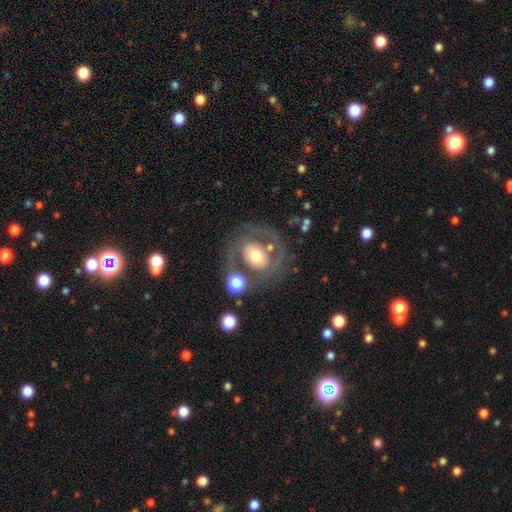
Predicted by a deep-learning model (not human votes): This appears to be a featured or disk galaxy (57%) with no bar (72%), no spiral arms (64%) and a moderate central bulge (62%). Merging: none (61%).